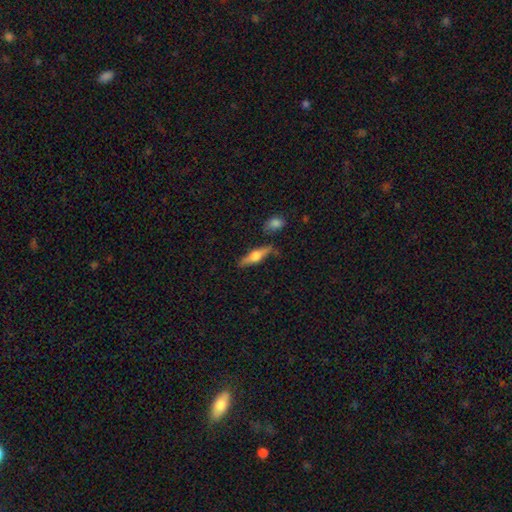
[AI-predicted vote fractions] A featured or disk galaxy (61%) viewed edge-on (95%) with a rounded central bulge (93%). Merging: none (80%).